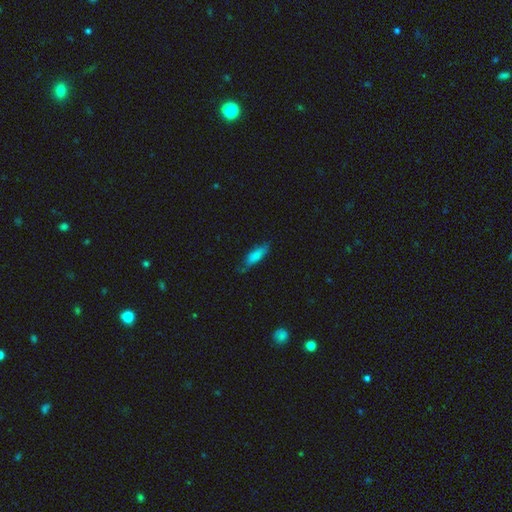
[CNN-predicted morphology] Smooth or featured? smooth (77%)
How rounded? in between (54%)
Merging? none (63%)